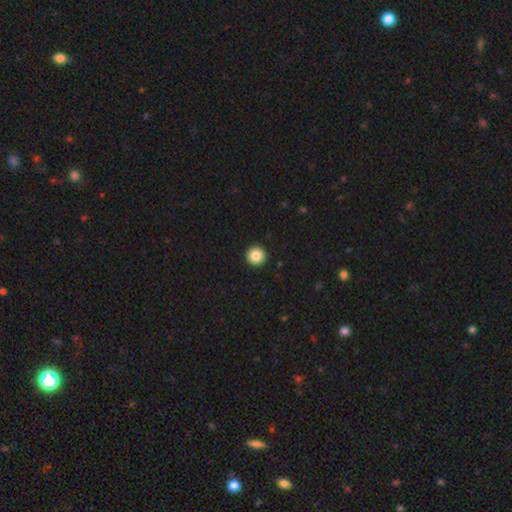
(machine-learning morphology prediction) Smooth or featured? Predicted: smooth (p=0.87). How rounded? Predicted: round (p=0.96). Merging? Predicted: none (p=0.94).